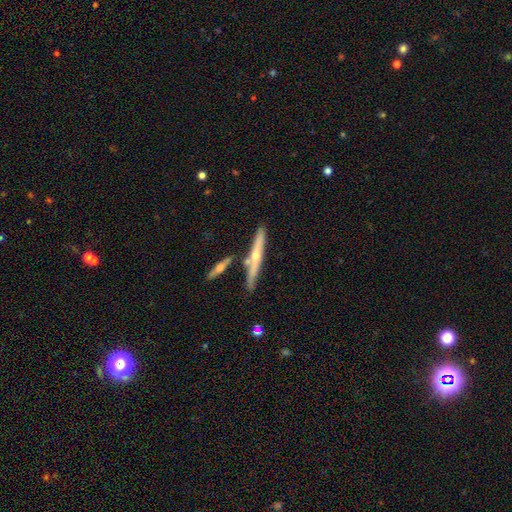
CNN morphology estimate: The model was most divided on "smooth or featured": featured or disk: 64%, smooth: 30%, star or artifact: 6%. More confident: edge-on disk — yes (95%); edge-on bulge — rounded (81%); merging — none (72%).